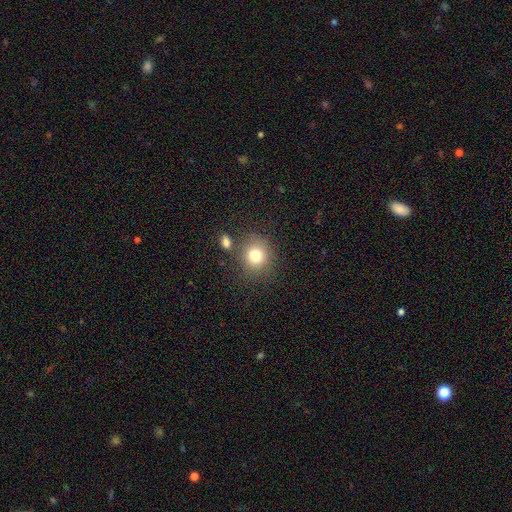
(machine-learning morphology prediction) Smooth or featured? Predicted: smooth (p=0.79). How rounded? Predicted: round (p=0.83). Merging? Predicted: none (p=0.74).